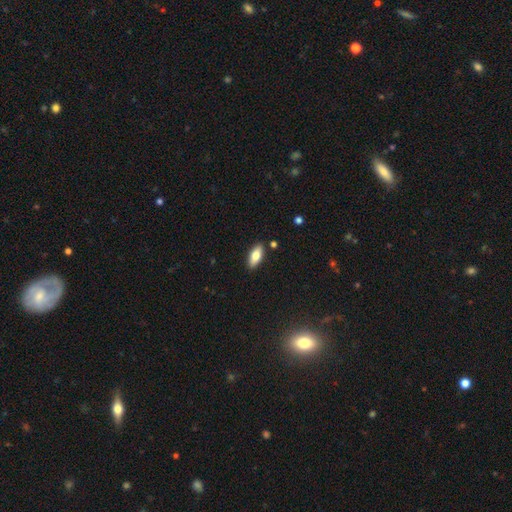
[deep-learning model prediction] smooth-or-featured: smooth: 74% | featured or disk: 19% | star or artifact: 7%
  how-rounded: in between: 81% | cigar-shaped: 17% | round: 2%
  merging: none: 87% | minor disturbance: 9% | merger: 2% | major disturbance: 2%